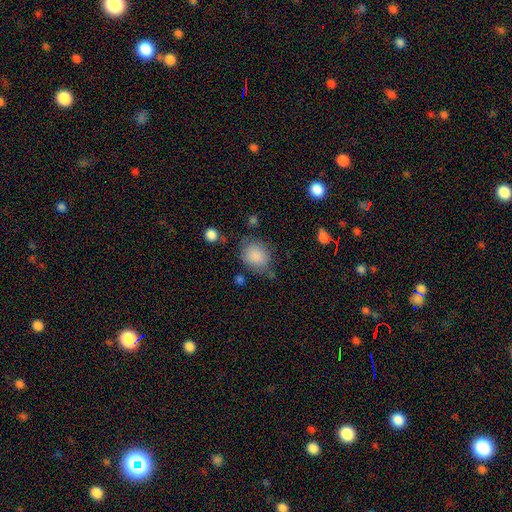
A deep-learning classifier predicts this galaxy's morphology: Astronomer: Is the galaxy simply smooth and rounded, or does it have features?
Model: smooth — 86%.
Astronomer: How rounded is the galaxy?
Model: round — 54% (runner-up: in between, 45%).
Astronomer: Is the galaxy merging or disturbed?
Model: none — 65%.